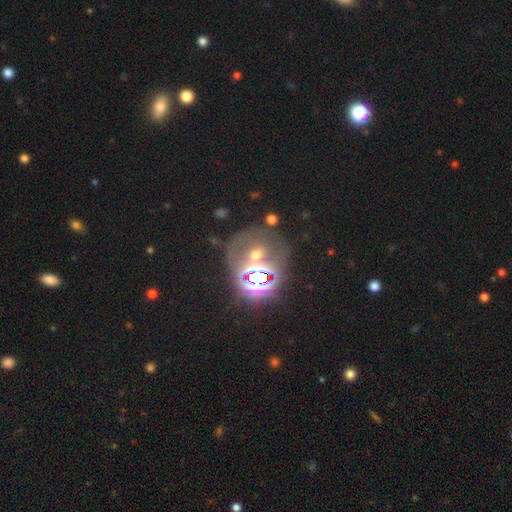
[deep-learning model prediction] Smooth or featured? star or artifact (47%)